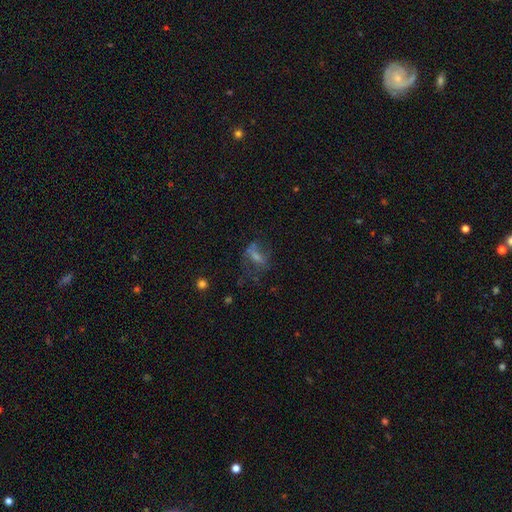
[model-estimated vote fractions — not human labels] The model was most divided on "smooth or featured": smooth: 44%, featured or disk: 40%, star or artifact: 16%. Remaining: merging — none (41%).